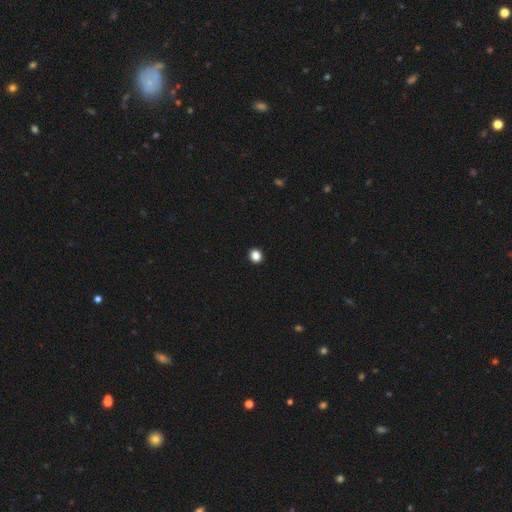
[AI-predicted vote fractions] Smooth or featured?
  - smooth: 86% *
  - star or artifact: 11%
  - featured or disk: 3%
How rounded?
  - round: 84% *
  - in between: 15%
  - cigar-shaped: 1%
Merging?
  - none: 94% *
  - minor disturbance: 4%
  - major disturbance: 1%
  - merger: 1%